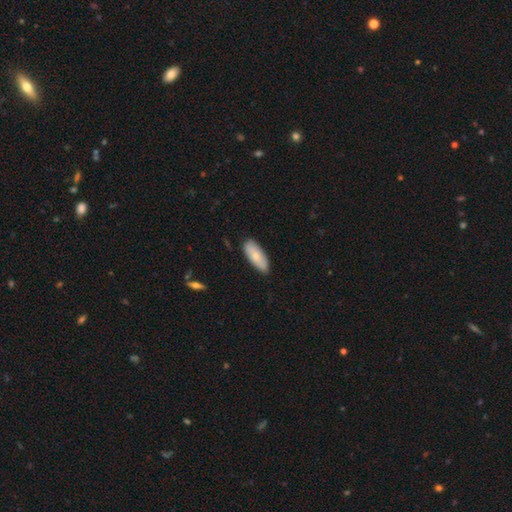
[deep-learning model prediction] smooth 76%, featured or disk 18%, star or artifact 6%. Down the decision tree: how rounded — in between (80%); merging — none (83%).